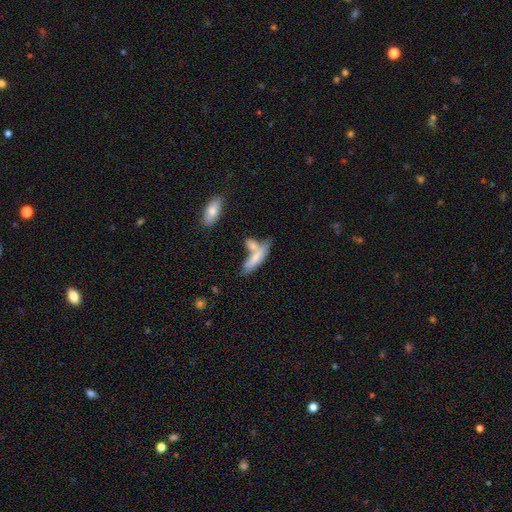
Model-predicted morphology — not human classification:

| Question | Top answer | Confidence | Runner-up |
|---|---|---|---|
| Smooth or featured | smooth | 64% | featured or disk (29%) |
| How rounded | cigar-shaped | 49% | tied: in between (49%) |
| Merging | merger | 49% | none (30%) |